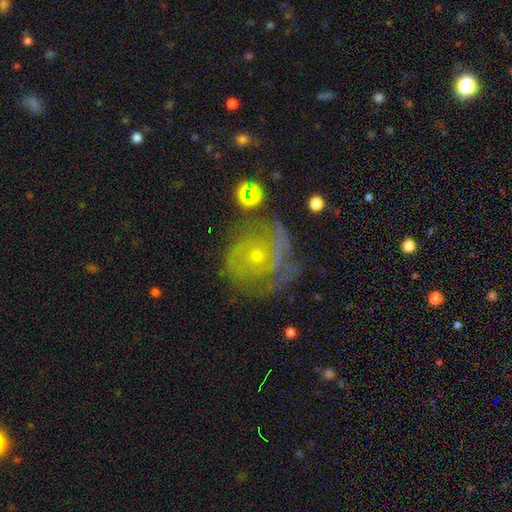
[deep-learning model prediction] Smooth or featured? Predicted: featured or disk (p=0.72). Edge-on disk? Predicted: no (p=0.97). Bar? Predicted: no (p=0.73). Spiral arms? Predicted: yes (p=0.85). Spiral winding? Predicted: tight (p=0.56). Spiral arm count? Predicted: can't tell (p=0.38). Bulge size? Predicted: small (p=0.75). Merging? Predicted: none (p=0.58).